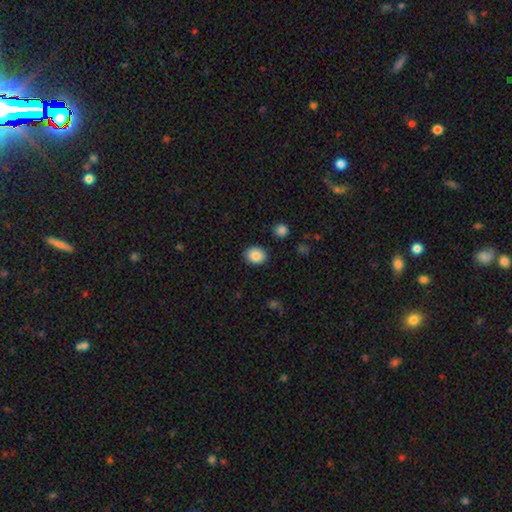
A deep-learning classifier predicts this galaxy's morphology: Smooth or featured? smooth (88%)
How rounded? round (51%)
Merging? none (87%)